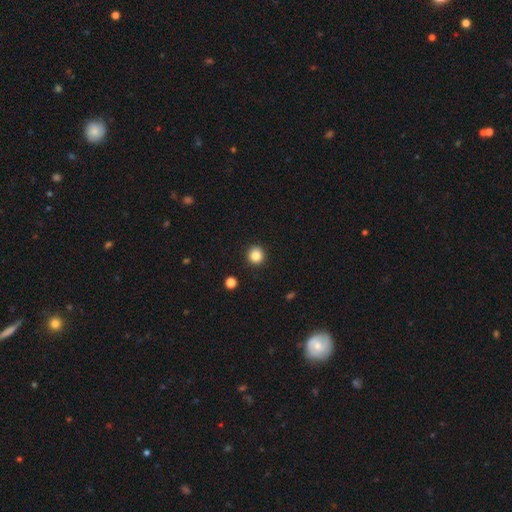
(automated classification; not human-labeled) This appears to be a smooth galaxy with no disk features (85%) that is round (94%). Merging: none (92%).